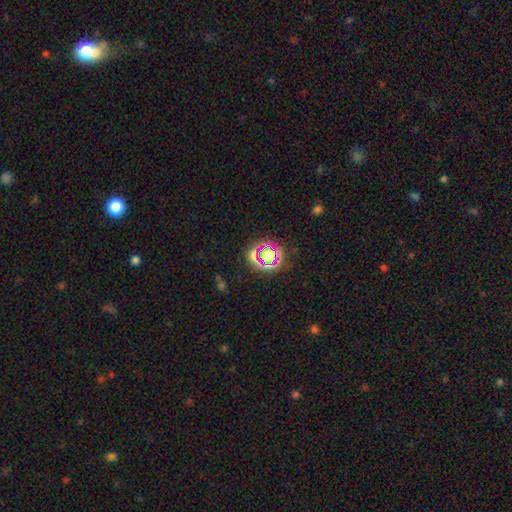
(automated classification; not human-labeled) Morphology: type=star or artifact (70%).